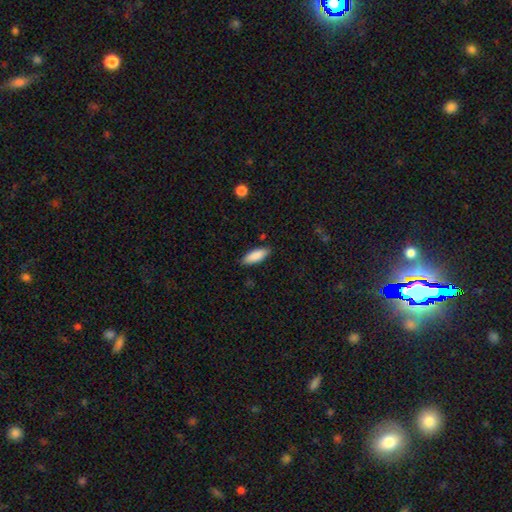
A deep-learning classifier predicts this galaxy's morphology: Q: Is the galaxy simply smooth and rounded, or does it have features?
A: smooth — 88%.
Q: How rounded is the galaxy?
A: in between — 67%.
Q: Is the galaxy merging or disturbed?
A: none — 86%.